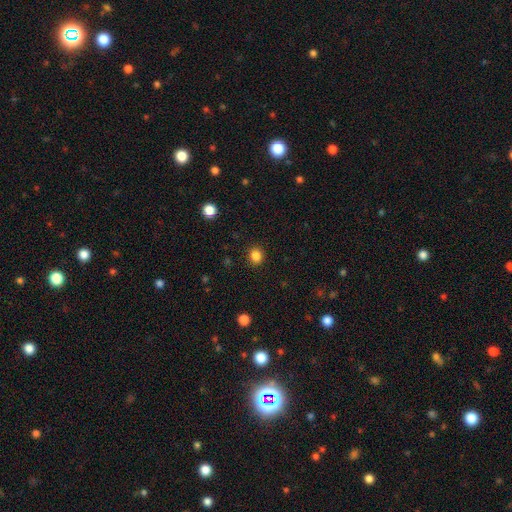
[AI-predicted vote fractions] Smooth or featured? smooth (85%)
How rounded? round (80%)
Merging? none (90%)